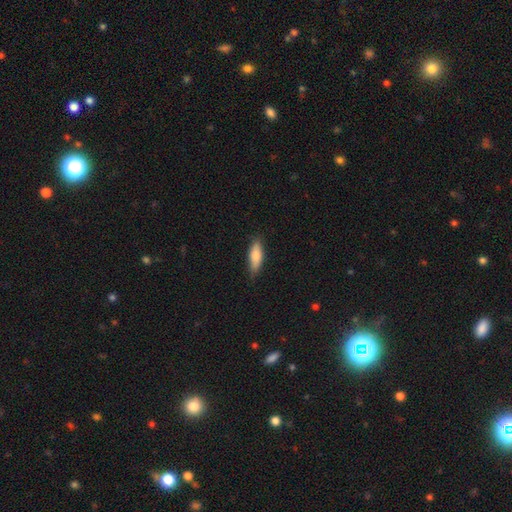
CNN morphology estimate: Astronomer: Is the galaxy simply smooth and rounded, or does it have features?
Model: smooth — 78%.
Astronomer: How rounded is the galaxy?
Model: in between — 57% (runner-up: cigar-shaped, 41%).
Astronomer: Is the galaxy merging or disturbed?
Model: none — 83%.